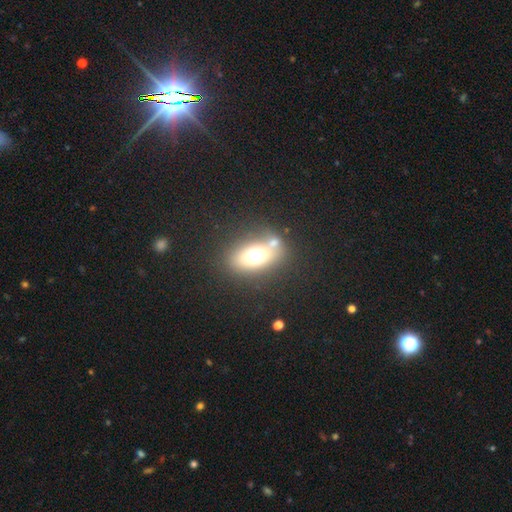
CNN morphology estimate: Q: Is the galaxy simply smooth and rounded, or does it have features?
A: smooth — 63%.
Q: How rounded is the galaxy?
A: in between — 73%.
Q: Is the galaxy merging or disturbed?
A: none — 62%.